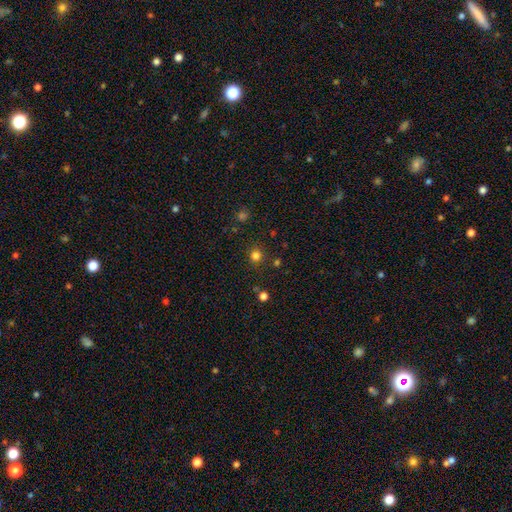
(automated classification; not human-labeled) Smooth or featured: smooth — 79% (star or artifact — 16%)
How rounded: round — 88% (in between — 11%)
Merging: none — 87% (minor disturbance — 8%)